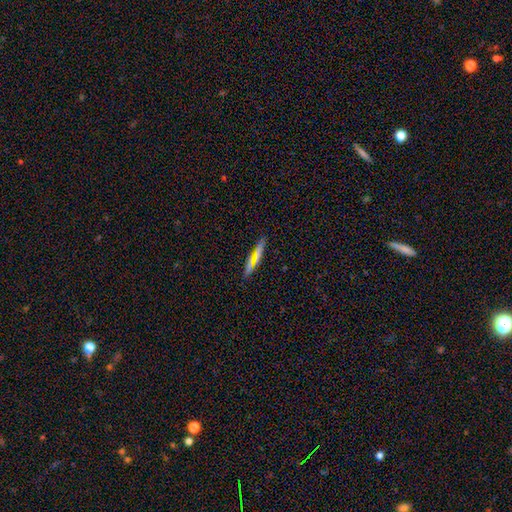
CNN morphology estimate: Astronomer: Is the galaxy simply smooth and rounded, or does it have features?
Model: smooth — 60%.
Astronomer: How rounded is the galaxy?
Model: cigar-shaped — 89%.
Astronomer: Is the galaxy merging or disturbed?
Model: none — 86%.